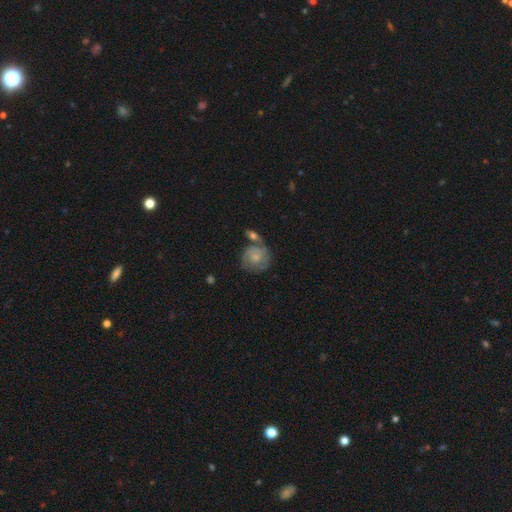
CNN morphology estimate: smooth_or_featured: featured or disk (p=0.64) [alt: smooth p=0.29]
disk_edge_on: no (p=0.97) [alt: yes p=0.03]
bar: no (p=0.74) [alt: weak p=0.23]
has_spiral_arms: yes (p=0.87) [alt: no p=0.13]
spiral_winding: tight (p=0.60) [alt: medium p=0.31]
spiral_arm_count: 2 (p=0.47) [alt: can't tell p=0.26]
bulge_size: small (p=0.44) [tied with: moderate p=0.44]
merging: none (p=0.52) [alt: merger p=0.21]